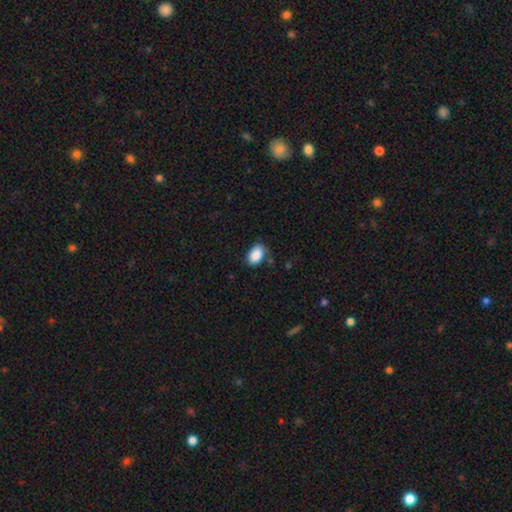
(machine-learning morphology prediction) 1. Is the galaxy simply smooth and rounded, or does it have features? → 88% smooth, 7% star or artifact, 5% featured or disk.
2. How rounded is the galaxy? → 87% in between, 11% round, 1% cigar-shaped.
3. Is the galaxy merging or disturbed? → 75% none, 19% minor disturbance, 4% major disturbance, 2% merger.